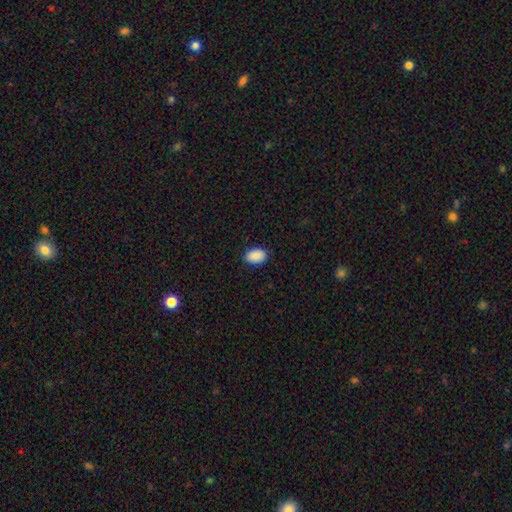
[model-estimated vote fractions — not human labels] A smooth galaxy with no disk features (91%) that is in between round and cigar-shaped (88%).

Vote fractions:
- Smooth or featured? smooth: 91% / star or artifact: 7% / featured or disk: 3%
- How rounded? in between: 88% / round: 11% / cigar-shaped: 1%
- Merging? none: 88% / minor disturbance: 9% / major disturbance: 2% / merger: 1%